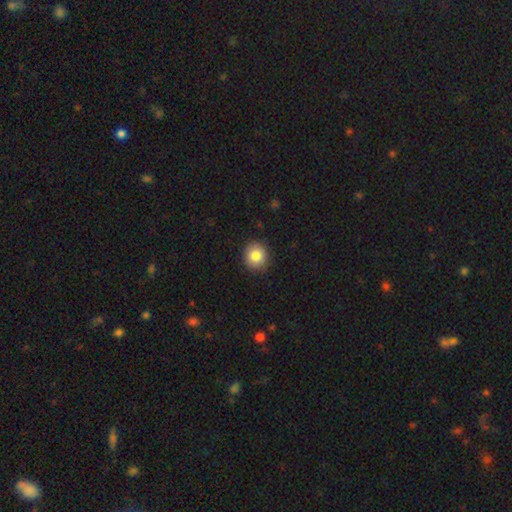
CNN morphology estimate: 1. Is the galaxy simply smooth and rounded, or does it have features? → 85% smooth, 9% star or artifact, 7% featured or disk.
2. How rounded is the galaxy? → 86% round, 13% in between, 1% cigar-shaped.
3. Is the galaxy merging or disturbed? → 91% none, 6% minor disturbance, 2% major disturbance, 1% merger.